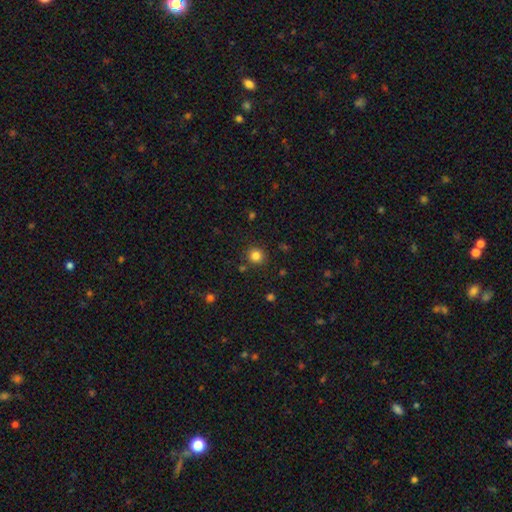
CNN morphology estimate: smooth_or_featured: smooth (p=0.83) [alt: star or artifact p=0.13]
how_rounded: round (p=0.91) [alt: in between p=0.08]
merging: none (p=0.86) [alt: minor disturbance p=0.08]